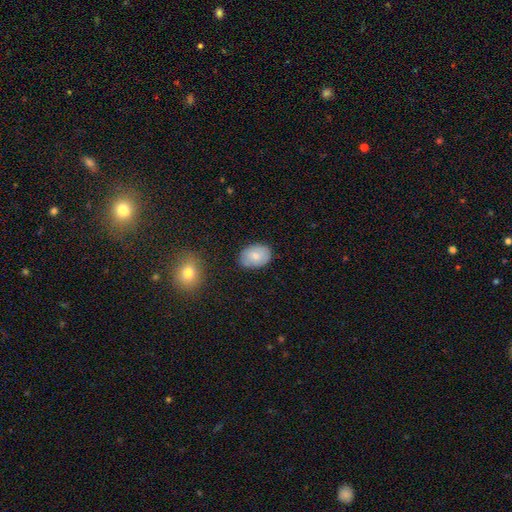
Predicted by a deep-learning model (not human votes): Smooth or featured?
  - smooth: 79% *
  - featured or disk: 14%
  - star or artifact: 7%
How rounded?
  - in between: 80% *
  - round: 19%
  - cigar-shaped: 1%
Merging?
  - none: 81% *
  - minor disturbance: 15%
  - major disturbance: 3%
  - merger: 2%